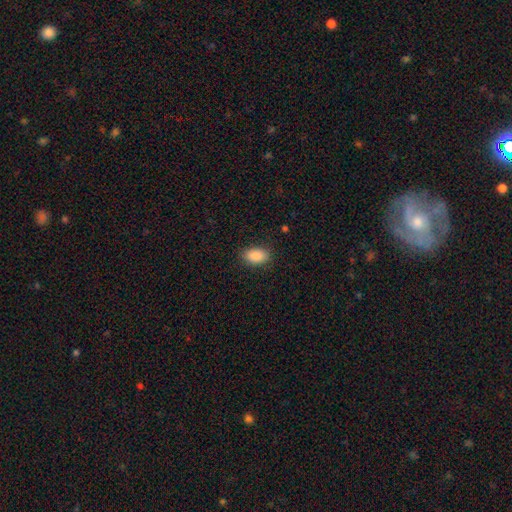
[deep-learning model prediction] A smooth galaxy with no disk features (89%) that is in between round and cigar-shaped (92%). Merging: none (87%).